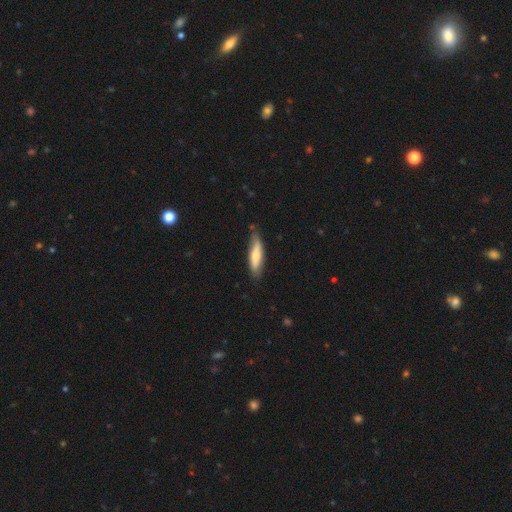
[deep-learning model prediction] Overall: smooth (60%; featured or disk 34%). How rounded: cigar-shaped (65%; in between 33%). Merging: none (72%).